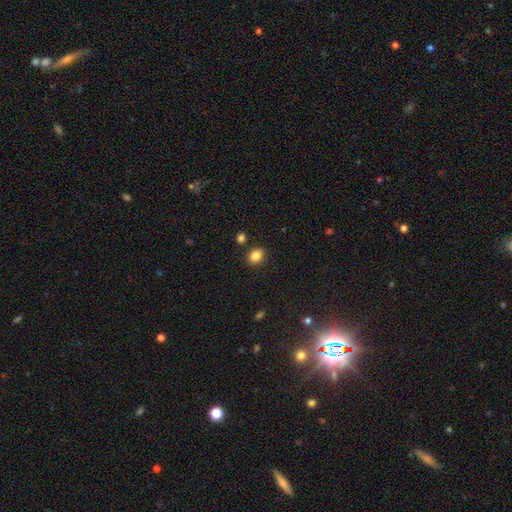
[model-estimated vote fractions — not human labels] Morphology: type=smooth (85%); roundness=in between (50%); merging=none (85%).